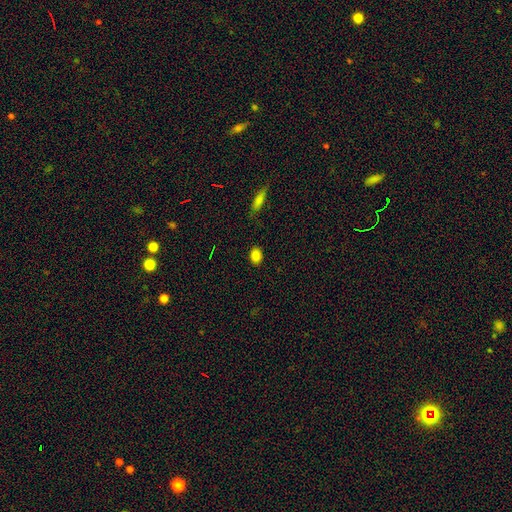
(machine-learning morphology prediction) smooth_or_featured: smooth (p=0.84) [alt: star or artifact p=0.10]
how_rounded: in between (p=0.70) [alt: round p=0.28]
merging: none (p=0.88) [alt: minor disturbance p=0.09]